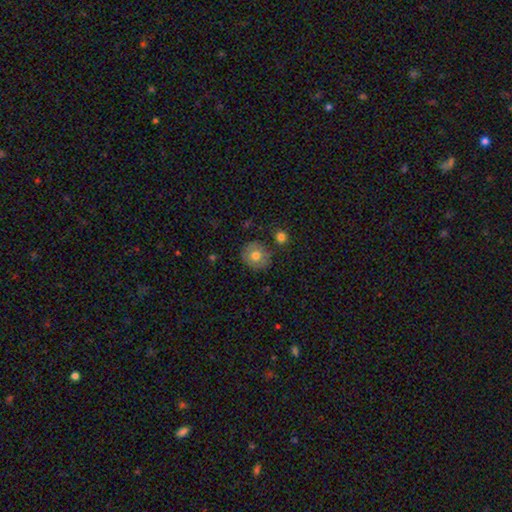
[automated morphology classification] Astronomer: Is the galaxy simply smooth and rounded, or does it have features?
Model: smooth — 73%.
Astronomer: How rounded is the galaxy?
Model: round — 85%.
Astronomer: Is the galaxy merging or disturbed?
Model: none — 80%.